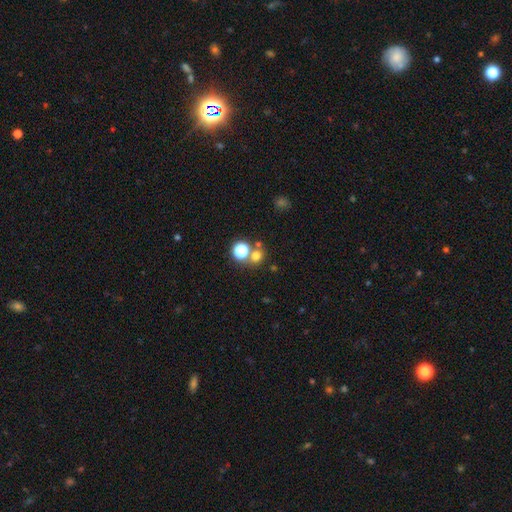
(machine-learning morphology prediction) This is likely a smooth galaxy (67%). How rounded: clearly round (84%). Merging: likely none (64%).